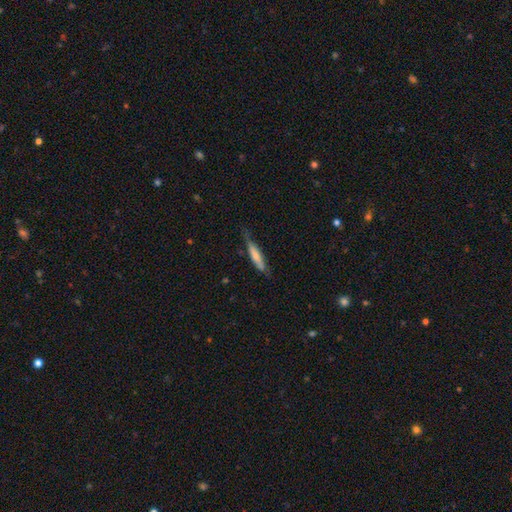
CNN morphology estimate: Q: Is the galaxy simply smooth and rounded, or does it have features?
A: smooth — 66%.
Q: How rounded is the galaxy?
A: cigar-shaped — 85%.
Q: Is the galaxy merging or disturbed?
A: none — 62%.